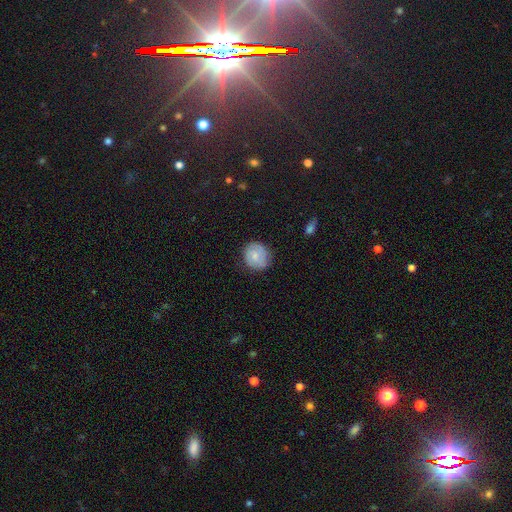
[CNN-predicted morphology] This appears to be a smooth galaxy with no disk features (55%) that is round (83%). Merging: none (80%).